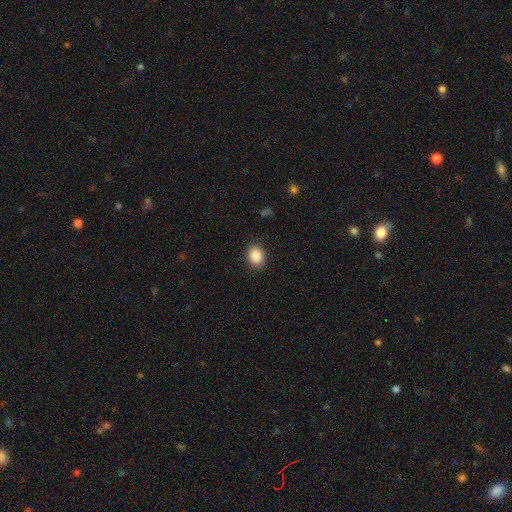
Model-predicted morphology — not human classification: smooth-or-featured: smooth: 88% | star or artifact: 8% | featured or disk: 3%
  how-rounded: in between: 61% | round: 38% | cigar-shaped: 1%
  merging: none: 88% | minor disturbance: 8% | major disturbance: 3% | merger: 1%